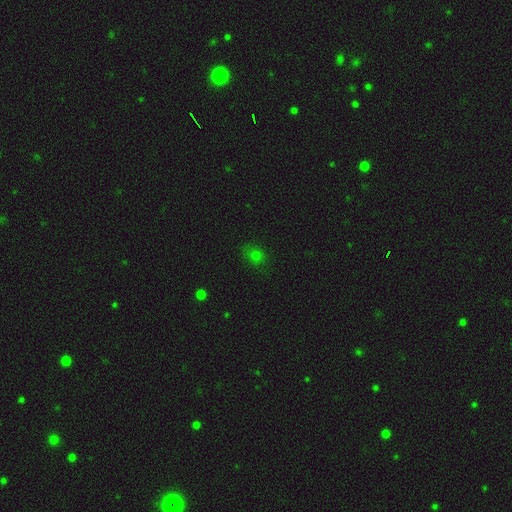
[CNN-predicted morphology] Smooth or featured?
  - smooth: 70% *
  - star or artifact: 23%
  - featured or disk: 7%
How rounded?
  - round: 65% *
  - in between: 34%
  - cigar-shaped: 1%
Merging?
  - none: 76% *
  - minor disturbance: 17%
  - major disturbance: 5%
  - merger: 2%